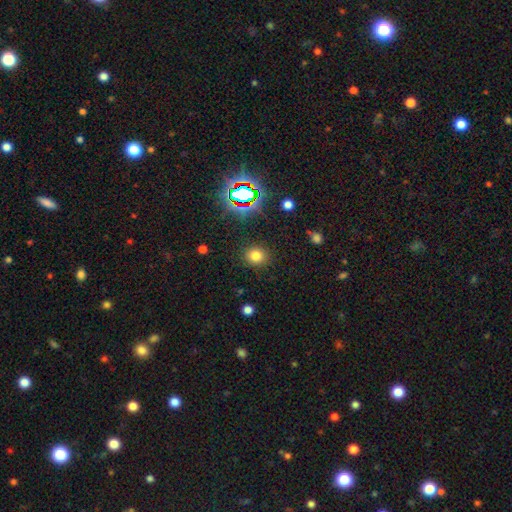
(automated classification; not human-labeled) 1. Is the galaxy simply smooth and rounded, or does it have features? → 75% smooth, 18% star or artifact, 7% featured or disk.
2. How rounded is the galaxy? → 78% round, 21% in between, 1% cigar-shaped.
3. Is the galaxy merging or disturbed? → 89% none, 7% minor disturbance, 3% major disturbance, 1% merger.